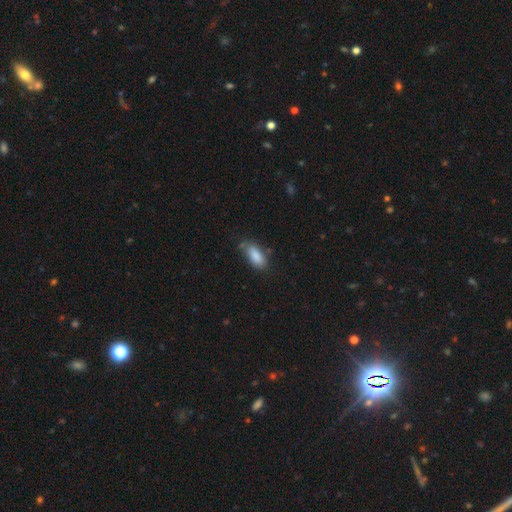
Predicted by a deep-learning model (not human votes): A smooth galaxy with no disk features (86%) that is in between round and cigar-shaped (84%).

Vote fractions:
- Smooth or featured? smooth: 86% / star or artifact: 7% / featured or disk: 7%
- How rounded? in between: 84% / cigar-shaped: 14% / round: 2%
- Merging? none: 68% / minor disturbance: 24% / major disturbance: 5% / merger: 4%